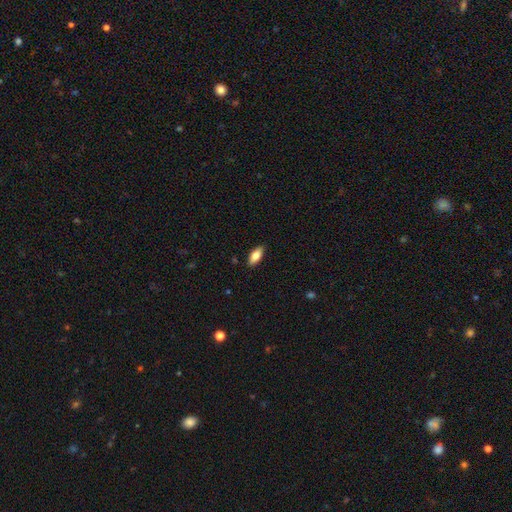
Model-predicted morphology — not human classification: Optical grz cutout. It shows a smooth galaxy with no disk features (76%) that is in between round and cigar-shaped (84%). Merging: none (88%).